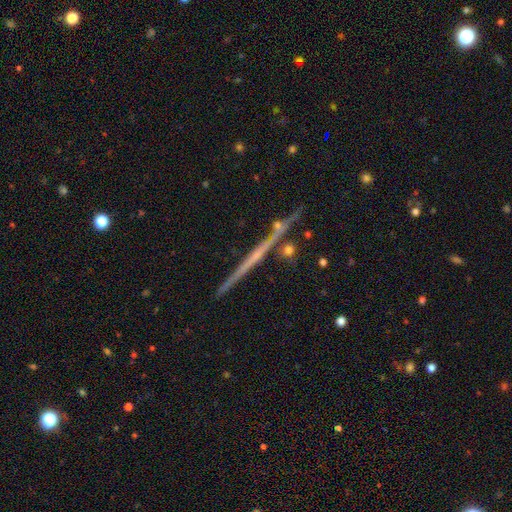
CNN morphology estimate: Q: Smooth or featured?
A: featured or disk (70%); runner-up: smooth (22%)
Q: Edge-on disk?
A: yes (98%); runner-up: no (2%)
Q: Edge-on bulge?
A: none (81%); runner-up: rounded (14%)
Q: Merging?
A: none (87%); runner-up: minor disturbance (7%)